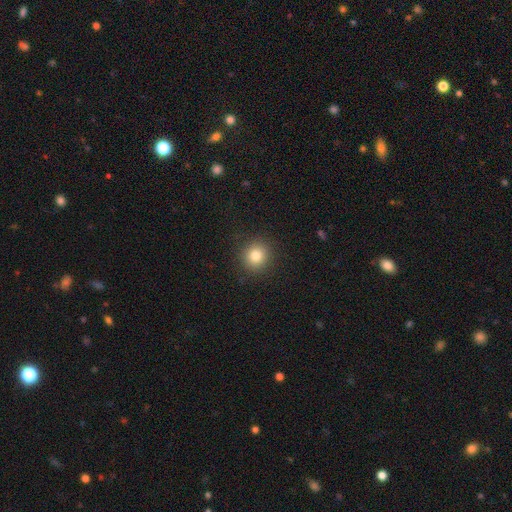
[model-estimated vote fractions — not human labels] A smooth galaxy with no disk features (81%) that is round (90%).

Vote fractions:
- Smooth or featured? smooth: 81% / star or artifact: 12% / featured or disk: 7%
- How rounded? round: 90% / in between: 9% / cigar-shaped: 1%
- Merging? none: 90% / minor disturbance: 6% / major disturbance: 2% / merger: 1%